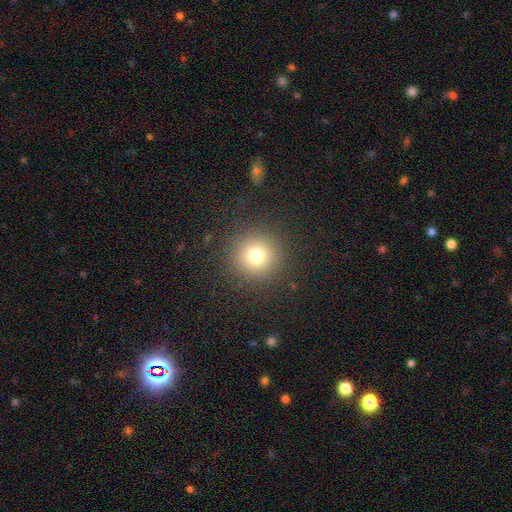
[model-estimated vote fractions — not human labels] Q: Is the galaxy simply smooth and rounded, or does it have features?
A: smooth — 75%.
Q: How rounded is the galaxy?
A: round — 96%.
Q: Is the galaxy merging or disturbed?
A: none — 90%.